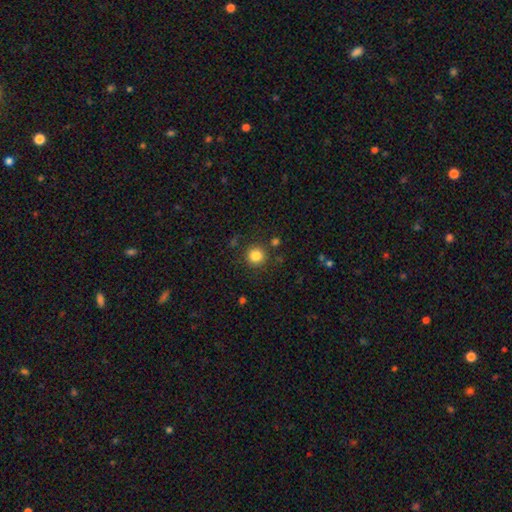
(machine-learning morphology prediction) Q: Smooth or featured?
A: smooth (84%); runner-up: star or artifact (11%)
Q: How rounded?
A: round (95%); runner-up: in between (5%)
Q: Merging?
A: none (87%); runner-up: minor disturbance (7%)